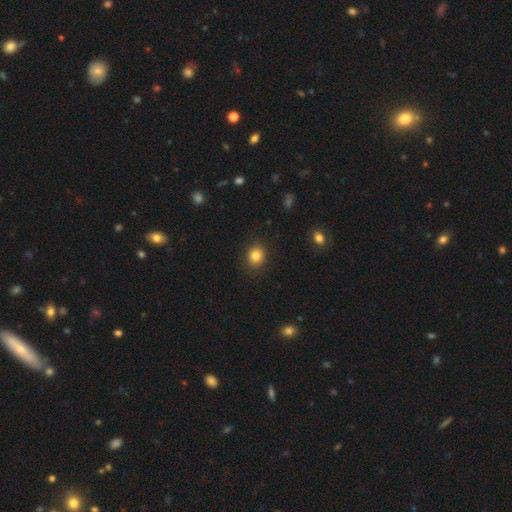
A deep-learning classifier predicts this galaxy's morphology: The model was most divided on "how rounded": round: 75%, in between: 24%, cigar-shaped: 1%. More confident: merging — none (90%); smooth or featured — smooth (83%).